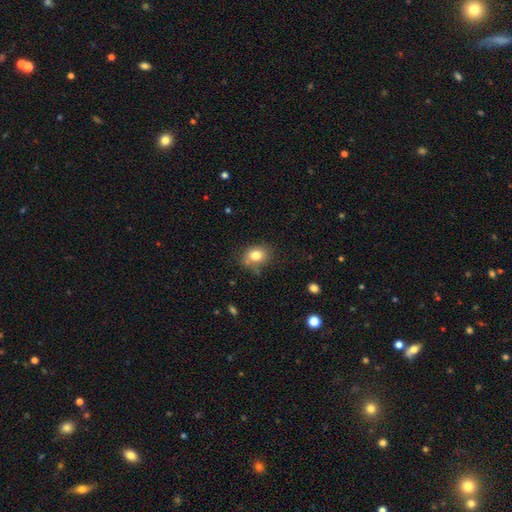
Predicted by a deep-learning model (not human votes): smooth_or_featured: smooth (p=0.81) [alt: star or artifact p=0.10]
how_rounded: in between (p=0.56) [alt: round p=0.43]
merging: none (p=0.68) [alt: minor disturbance p=0.23]